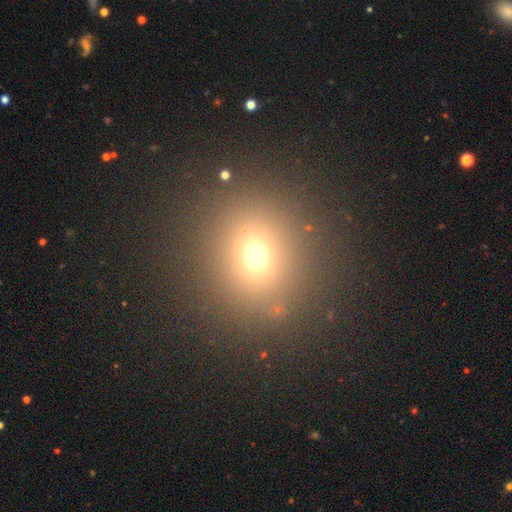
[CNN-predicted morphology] smooth-or-featured: smooth: 66% | star or artifact: 25% | featured or disk: 10%
  how-rounded: round: 86% | in between: 13% | cigar-shaped: 1%
  merging: none: 86% | minor disturbance: 7% | major disturbance: 4% | merger: 3%